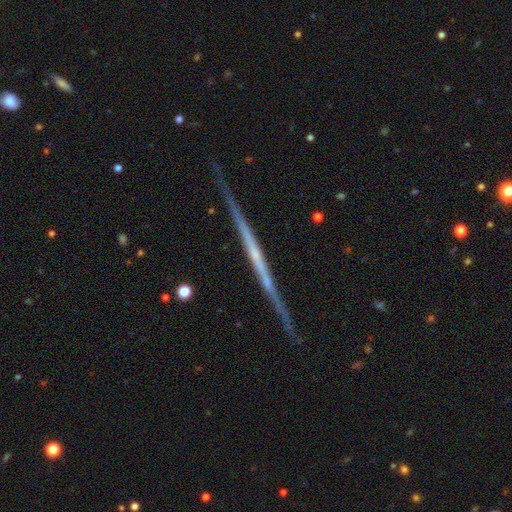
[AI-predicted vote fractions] A featured or disk galaxy (80%) viewed edge-on (98%) with no central bulge (77%).

Vote fractions:
- Smooth or featured? featured or disk: 80% / smooth: 14% / star or artifact: 6%
- Edge-on disk? yes: 98% / no: 2%
- Edge-on bulge? none: 77% / rounded: 15% / boxy: 7%
- Merging? none: 86% / minor disturbance: 10% / major disturbance: 2% / merger: 2%